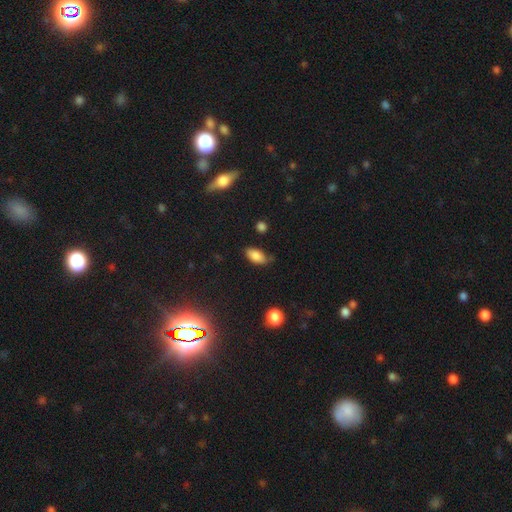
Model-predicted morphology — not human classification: Smooth or featured? Predicted: smooth (p=0.83). How rounded? Predicted: in between (p=0.91). Merging? Predicted: none (p=0.64).